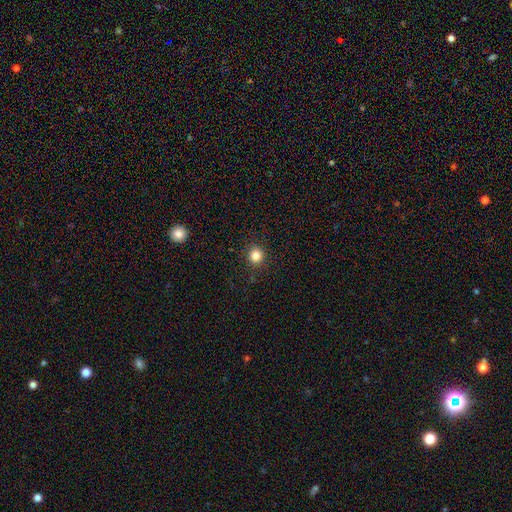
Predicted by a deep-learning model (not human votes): Overall: smooth (83%). How rounded: round (91%). Merging: none (91%).